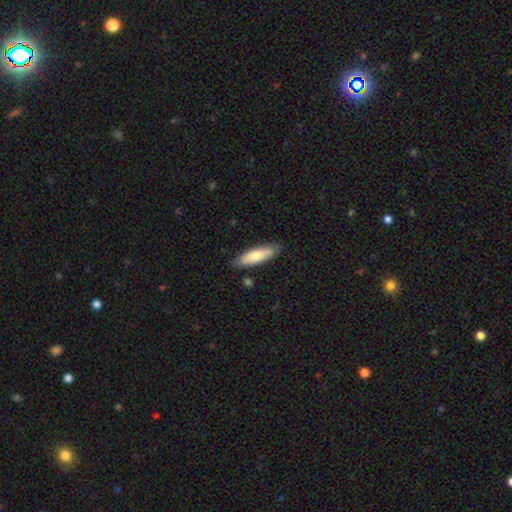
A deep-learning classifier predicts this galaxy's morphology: smooth_or_featured: smooth (p=0.74) [alt: featured or disk p=0.21]
how_rounded: cigar-shaped (p=0.59) [alt: in between p=0.40]
merging: none (p=0.81) [alt: minor disturbance p=0.15]